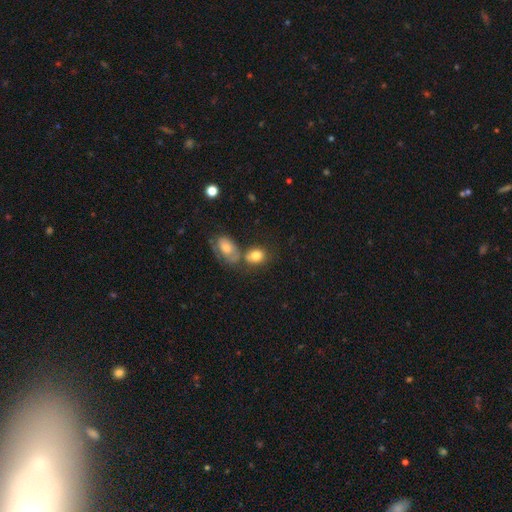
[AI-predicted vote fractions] Smooth or featured?
  - smooth: 78% *
  - featured or disk: 13%
  - star or artifact: 9%
How rounded?
  - in between: 71% *
  - round: 28%
  - cigar-shaped: 2%
Merging?
  - none: 44% *
  - merger: 35%
  - minor disturbance: 15%
  - major disturbance: 6%